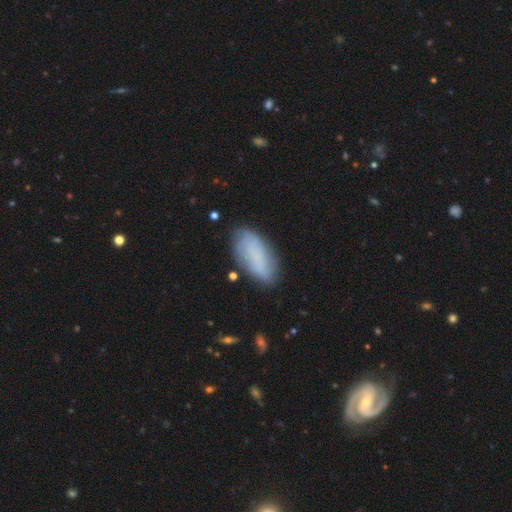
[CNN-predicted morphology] This is likely a smooth galaxy (67%). How rounded: clearly in between (87%). Merging: likely none (76%).